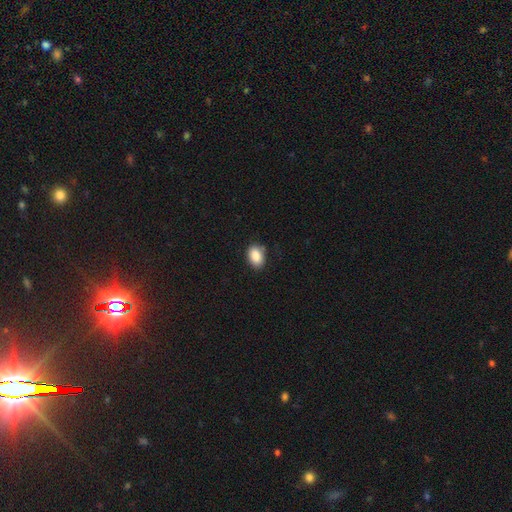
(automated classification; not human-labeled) Q: Smooth or featured?
A: smooth (88%); runner-up: star or artifact (8%)
Q: How rounded?
A: in between (86%); runner-up: round (13%)
Q: Merging?
A: none (82%); runner-up: minor disturbance (14%)